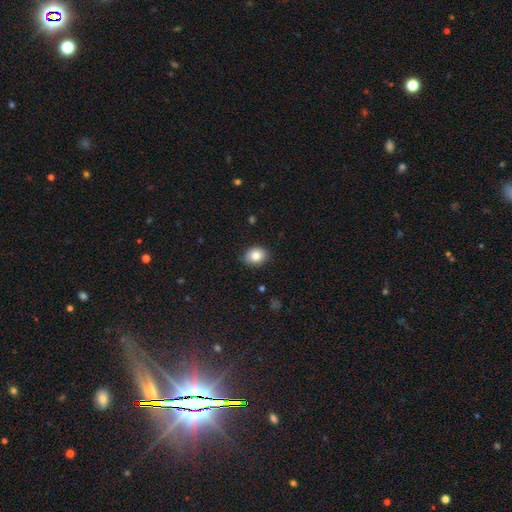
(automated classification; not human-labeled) A smooth galaxy with no disk features (83%) that is in between round and cigar-shaped (55%).

Vote fractions:
- Smooth or featured? smooth: 83% / star or artifact: 9% / featured or disk: 8%
- How rounded? in between: 55% / round: 44% / cigar-shaped: 1%
- Merging? none: 84% / minor disturbance: 12% / major disturbance: 2% / merger: 1%